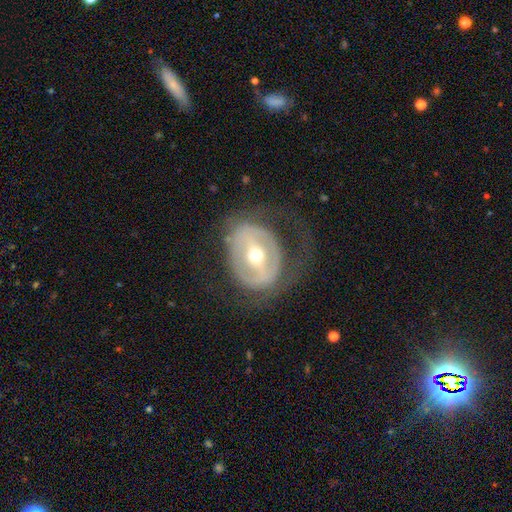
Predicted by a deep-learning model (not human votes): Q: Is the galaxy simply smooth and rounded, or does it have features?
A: featured or disk — 73%.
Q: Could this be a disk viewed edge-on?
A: no — 93%.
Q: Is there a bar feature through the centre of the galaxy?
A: strong — 54%.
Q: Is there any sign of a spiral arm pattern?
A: no — 64%.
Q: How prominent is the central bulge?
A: moderate — 67%.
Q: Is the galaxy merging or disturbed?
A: none — 56%.